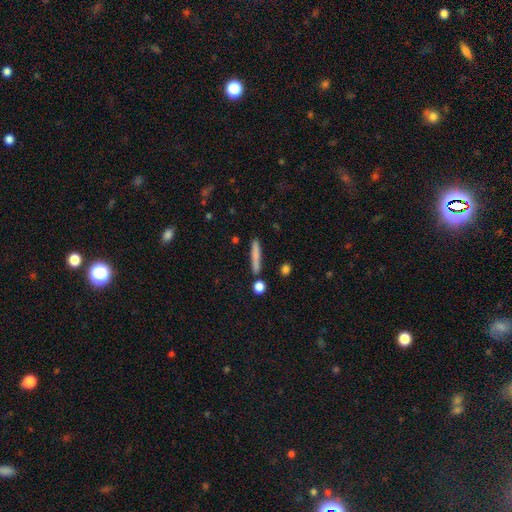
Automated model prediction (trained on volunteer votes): smooth-or-featured: smooth: 75% | featured or disk: 18% | star or artifact: 7%
  how-rounded: cigar-shaped: 93% | in between: 5% | round: 2%
  merging: none: 84% | minor disturbance: 9% | merger: 5% | major disturbance: 2%